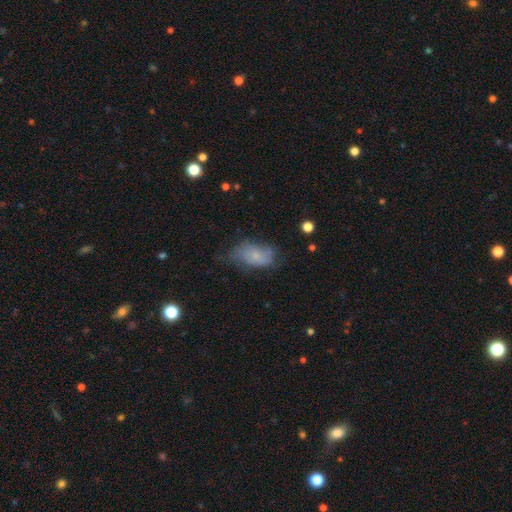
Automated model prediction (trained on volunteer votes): Q: Smooth or featured?
A: smooth (60%); runner-up: featured or disk (31%)
Q: How rounded?
A: in between (90%); runner-up: round (7%)
Q: Merging?
A: none (45%); runner-up: minor disturbance (35%)